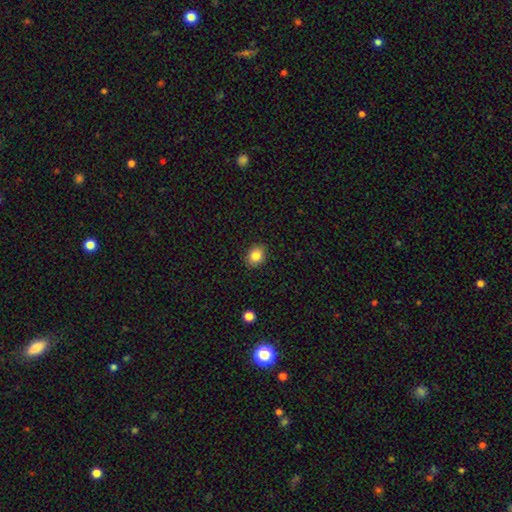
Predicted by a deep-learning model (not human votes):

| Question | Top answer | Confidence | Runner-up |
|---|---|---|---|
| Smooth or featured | smooth | 84% | star or artifact (9%) |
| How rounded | in between | 55% | round (44%) |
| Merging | none | 87% | minor disturbance (9%) |